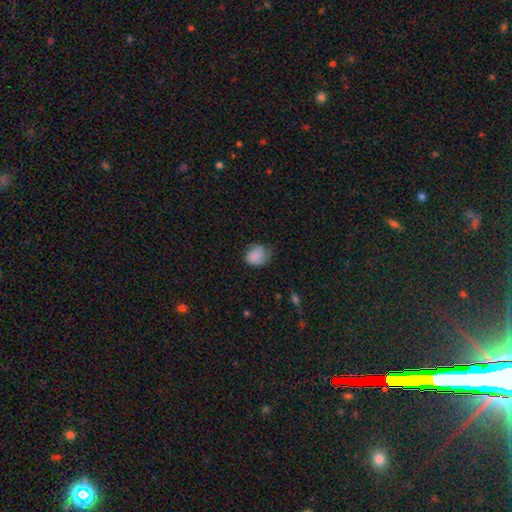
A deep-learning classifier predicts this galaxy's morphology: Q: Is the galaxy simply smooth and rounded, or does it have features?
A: smooth — 80%.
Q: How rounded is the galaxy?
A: round — 51%.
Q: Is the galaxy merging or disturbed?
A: none — 48%.